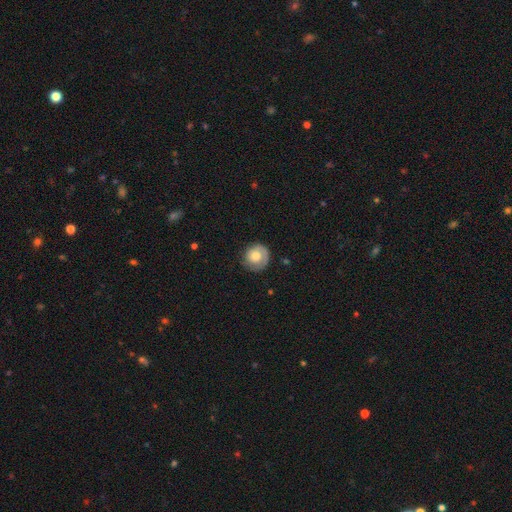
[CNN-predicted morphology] smooth 50%, featured or disk 44%, star or artifact 6%. Down the decision tree: merging — none (74%).